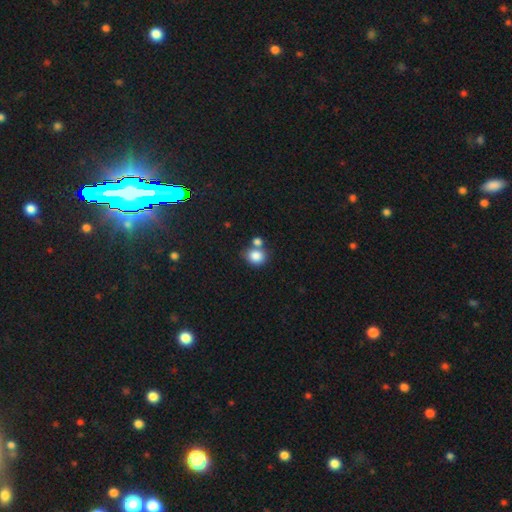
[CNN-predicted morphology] This appears to be a smooth galaxy with no disk features (84%) that is round (68%). Merging: none (53%).